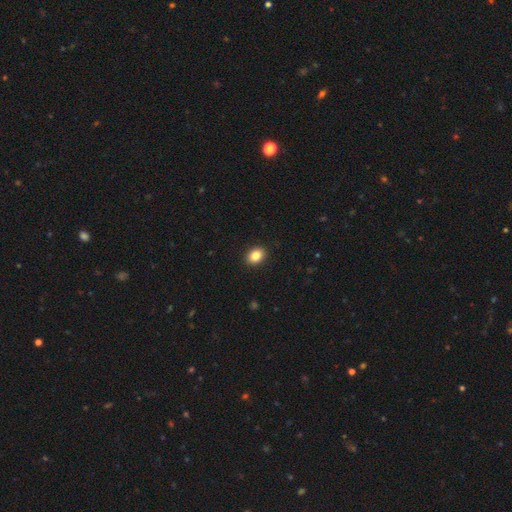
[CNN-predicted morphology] smooth 85%, star or artifact 9%, featured or disk 6%. Down the decision tree: how rounded — in between (63%); merging — none (92%).